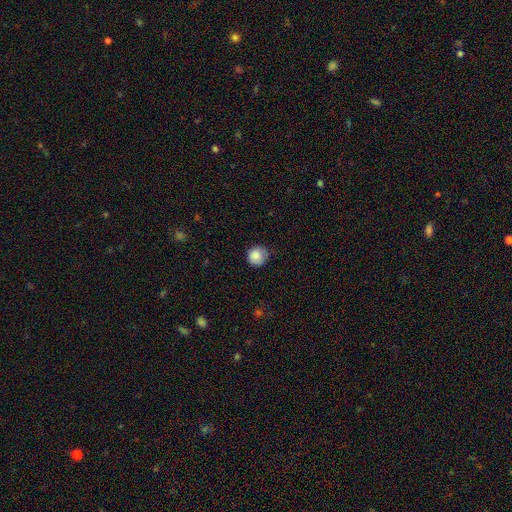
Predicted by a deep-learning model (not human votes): Smooth or featured?
  - smooth: 87% *
  - star or artifact: 9%
  - featured or disk: 5%
How rounded?
  - round: 93% *
  - in between: 6%
  - cigar-shaped: 1%
Merging?
  - none: 74% *
  - minor disturbance: 21%
  - major disturbance: 4%
  - merger: 1%